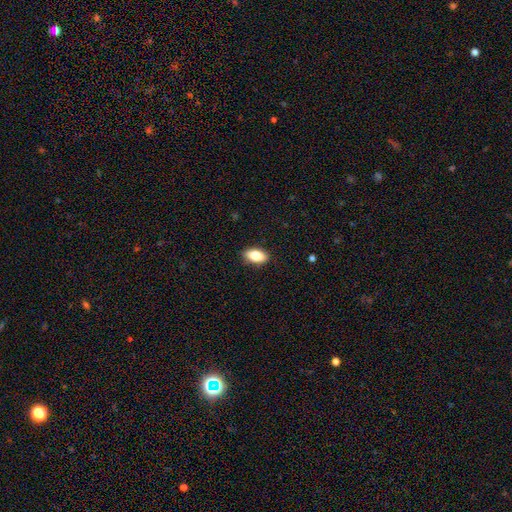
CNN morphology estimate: Q: Smooth or featured?
A: smooth (80%); runner-up: featured or disk (12%)
Q: How rounded?
A: in between (89%); runner-up: cigar-shaped (6%)
Q: Merging?
A: none (88%); runner-up: minor disturbance (9%)